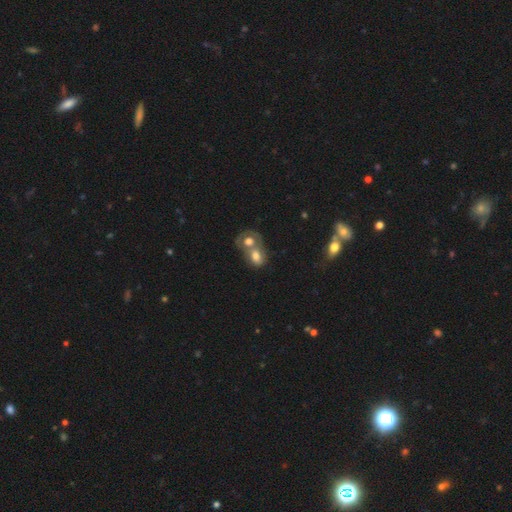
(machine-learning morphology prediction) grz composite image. It shows a smooth galaxy with no disk features (57%) that is in between round and cigar-shaped (63%). Merging: merger (74%).